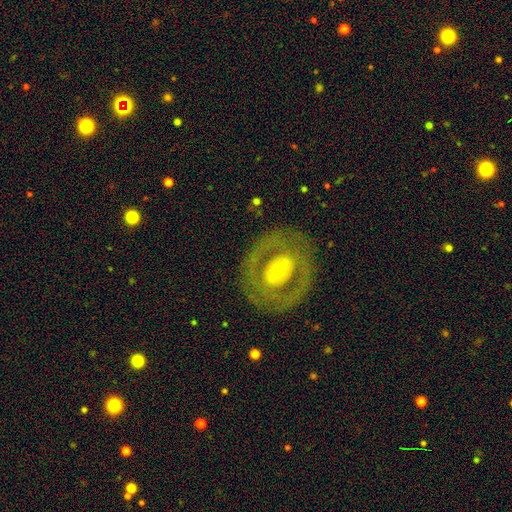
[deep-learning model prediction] Smooth or featured: featured or disk — 71% (smooth — 22%)
Edge-on disk: no — 94% (yes — 6%)
Bar: no — 41% (weak — 32%)
Spiral arms: no — 61% (yes — 39%)
Bulge size: moderate — 47% (small — 46%)
Merging: none — 79% (minor disturbance — 12%)